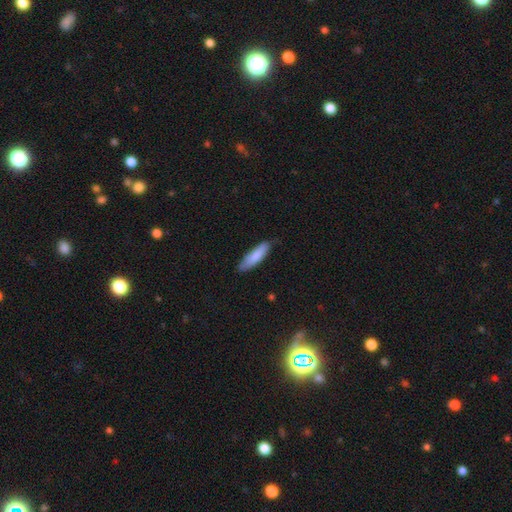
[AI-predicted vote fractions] Smooth or featured? Predicted: smooth (p=0.82). How rounded? Predicted: cigar-shaped (p=0.62). Merging? Predicted: none (p=0.76).